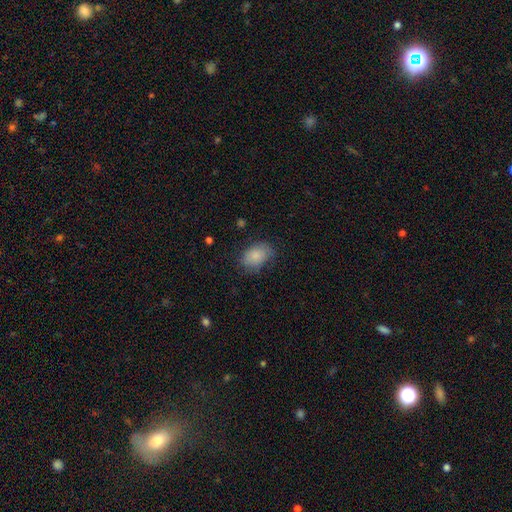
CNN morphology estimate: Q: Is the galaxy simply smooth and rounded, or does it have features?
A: smooth — 84%.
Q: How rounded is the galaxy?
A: in between — 83%.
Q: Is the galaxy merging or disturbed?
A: none — 69%.